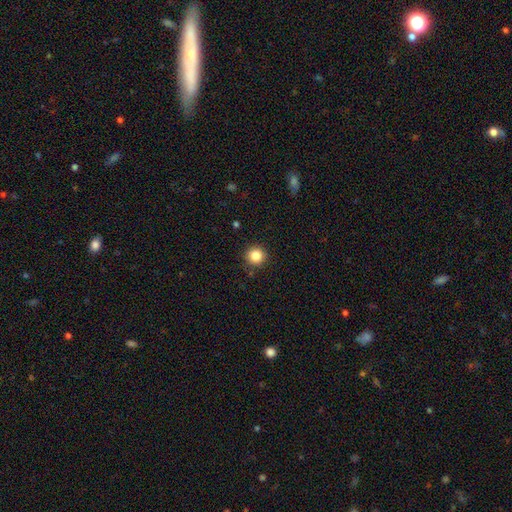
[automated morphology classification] Q: Smooth or featured?
A: smooth (85%); runner-up: star or artifact (10%)
Q: How rounded?
A: round (95%); runner-up: in between (4%)
Q: Merging?
A: none (90%); runner-up: minor disturbance (7%)